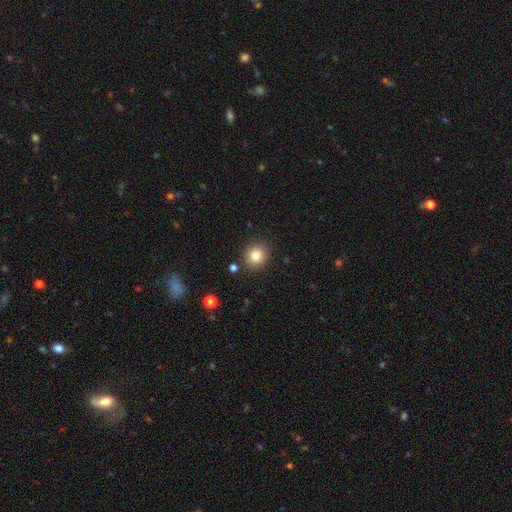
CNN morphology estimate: smooth-or-featured: smooth: 83% | star or artifact: 11% | featured or disk: 7%
  how-rounded: round: 84% | in between: 16% | cigar-shaped: 1%
  merging: none: 88% | minor disturbance: 7% | merger: 3% | major disturbance: 2%